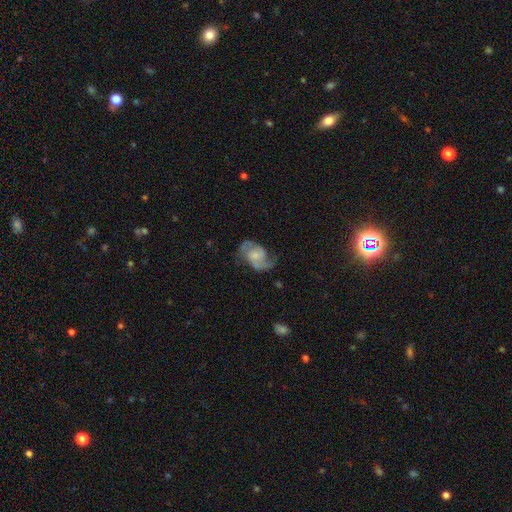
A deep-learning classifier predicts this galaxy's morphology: smooth-or-featured: featured or disk: 80% | smooth: 14% | star or artifact: 6%
  disk-edge-on: no: 97% | yes: 3%
    bar: no: 55% | weak: 38% | strong: 7%
    has-spiral-arms: yes: 94% | no: 6%
      spiral-winding: medium: 49% | loose: 35% | tight: 16%
      spiral-arm-count: 2: 87% | can't tell: 5% | 1: 4% | 3: 2% | 4: 1% | more than 4: 1%
    bulge-size: small: 38% | moderate: 33% | none: 19% | large: 8% | dominant: 2%
  merging: none: 62% | minor disturbance: 21% | major disturbance: 15% | merger: 2%